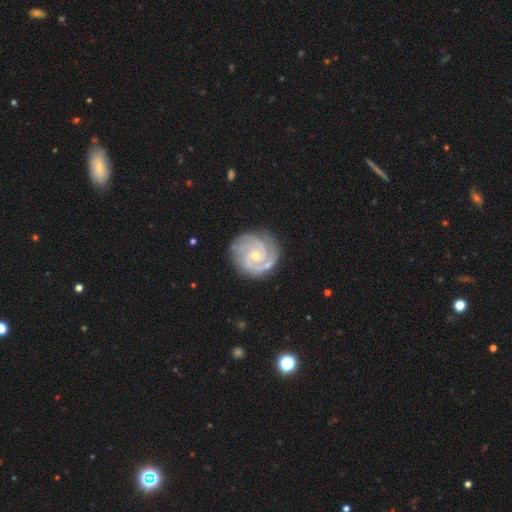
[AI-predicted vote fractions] Smooth or featured? featured or disk (89%)
Edge-on disk? no (98%)
Bar? no (71%)
Spiral arms? yes (98%)
Spiral winding? tight (68%)
Spiral arm count? 2 (49%)
Bulge size? small (63%)
Merging? none (80%)